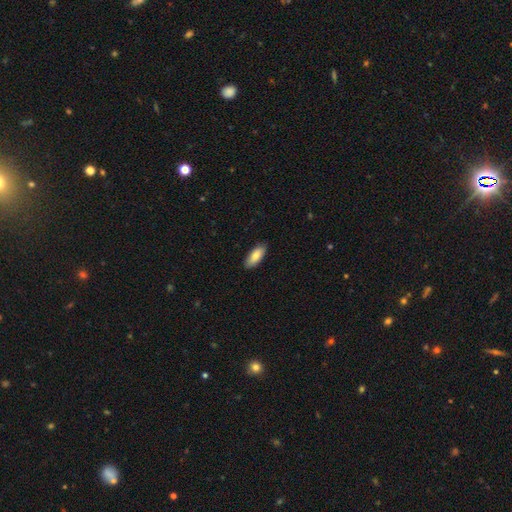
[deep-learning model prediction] smooth 80%, featured or disk 14%, star or artifact 6%. Down the decision tree: how rounded — in between (80%); merging — none (87%).